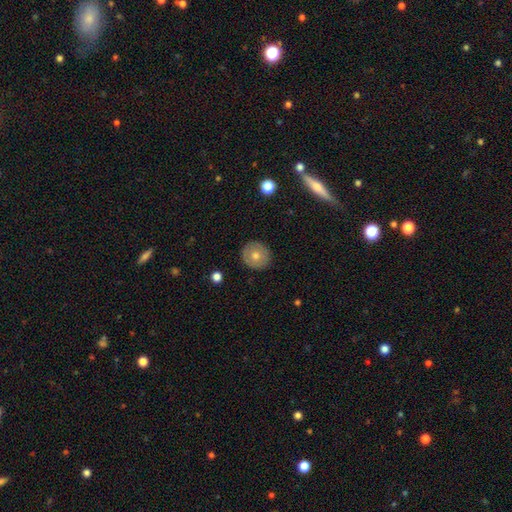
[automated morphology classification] Smooth or featured: smooth — 64% (featured or disk — 28%)
How rounded: round — 91% (in between — 8%)
Merging: none — 90% (minor disturbance — 7%)